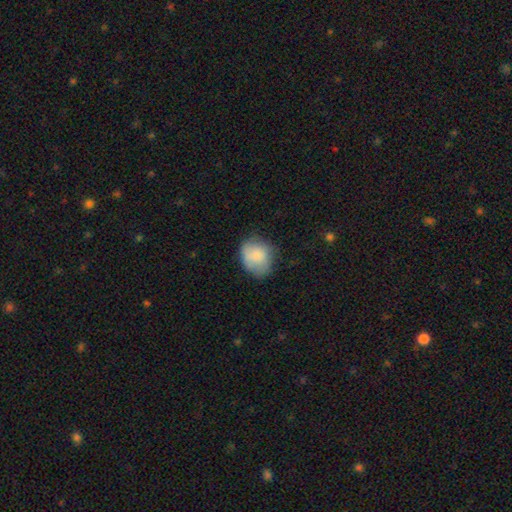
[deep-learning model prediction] Smooth or featured? smooth (80%)
How rounded? round (55%)
Merging? none (56%)